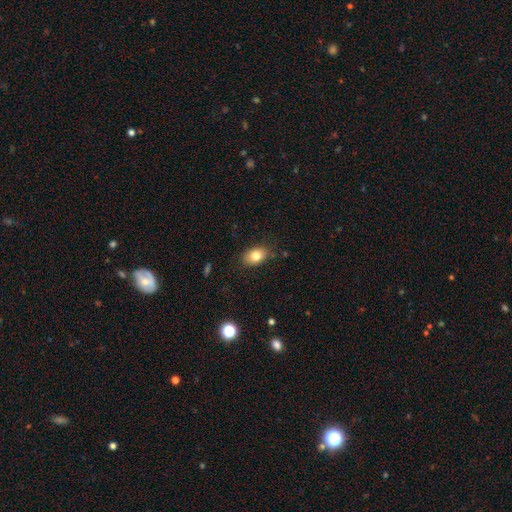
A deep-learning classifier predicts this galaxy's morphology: Smooth or featured?
  - smooth: 81% *
  - featured or disk: 10%
  - star or artifact: 9%
How rounded?
  - in between: 82% *
  - round: 16%
  - cigar-shaped: 1%
Merging?
  - none: 82% *
  - minor disturbance: 14%
  - major disturbance: 3%
  - merger: 1%